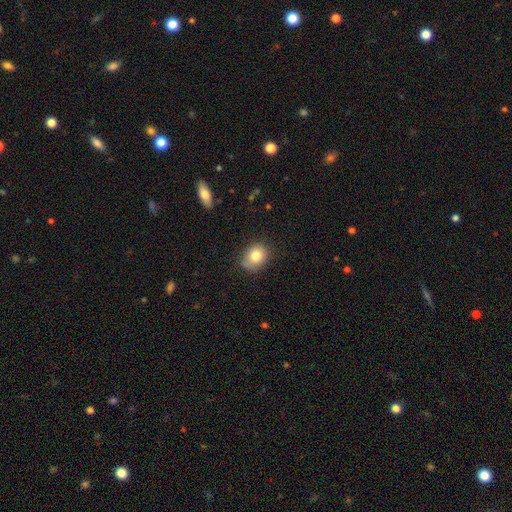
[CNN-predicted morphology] Smooth or featured? smooth (80%)
How rounded? round (60%)
Merging? none (65%)